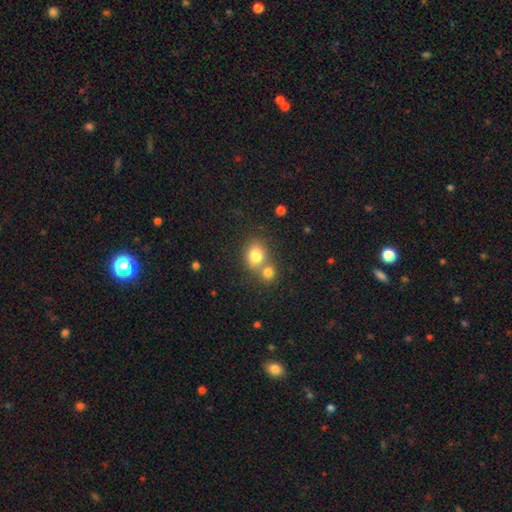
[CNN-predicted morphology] smooth 79%, star or artifact 11%, featured or disk 10%. Down the decision tree: how rounded — round (62%); merging — none (46%).